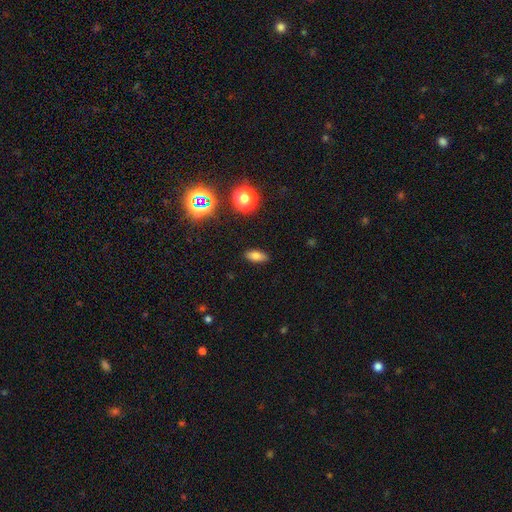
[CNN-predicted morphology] Q: Smooth or featured?
A: smooth (75%); runner-up: star or artifact (15%)
Q: How rounded?
A: in between (83%); runner-up: cigar-shaped (11%)
Q: Merging?
A: none (88%); runner-up: minor disturbance (8%)